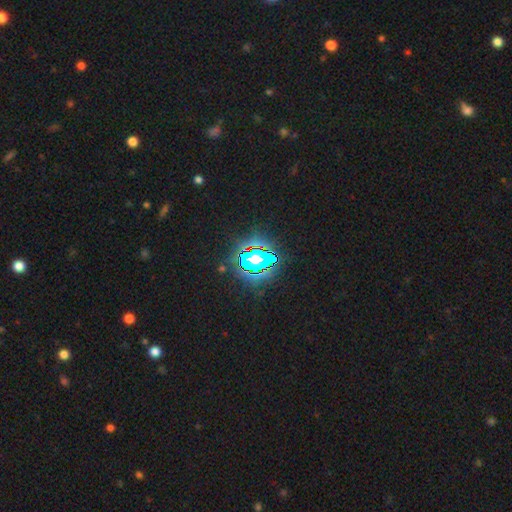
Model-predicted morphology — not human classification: This is likely a star or artifact rather than a galaxy (64%).